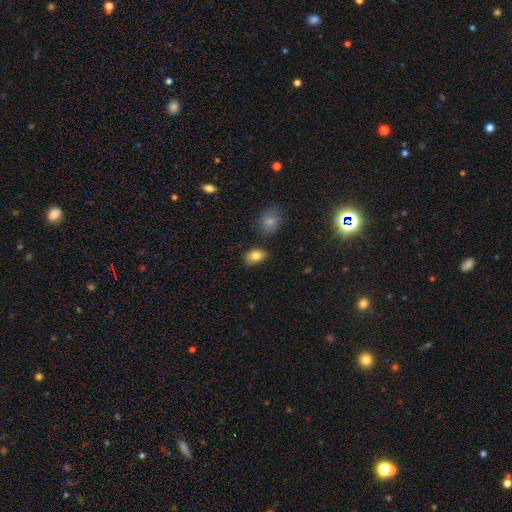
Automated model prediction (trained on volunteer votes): A smooth galaxy with no disk features (84%) that is in between round and cigar-shaped (84%). Merging: none (77%).